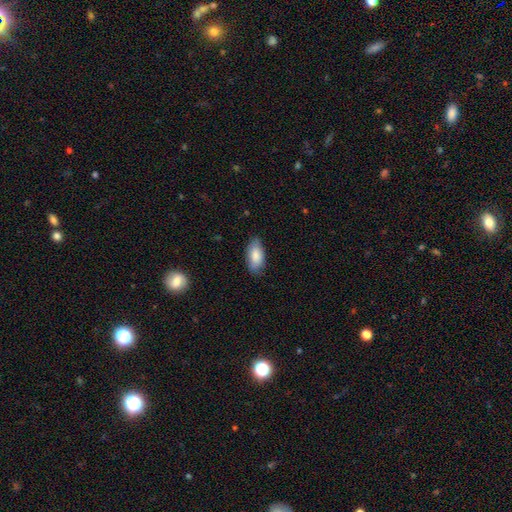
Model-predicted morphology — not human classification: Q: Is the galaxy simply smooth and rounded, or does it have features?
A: smooth — 84%.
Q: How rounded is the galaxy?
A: in between — 92%.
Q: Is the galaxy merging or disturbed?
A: none — 80%.